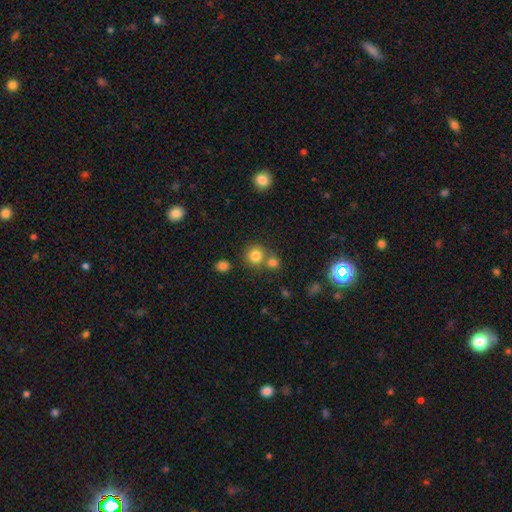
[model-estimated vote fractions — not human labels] Q: Smooth or featured?
A: smooth (81%); runner-up: star or artifact (12%)
Q: How rounded?
A: round (88%); runner-up: in between (11%)
Q: Merging?
A: none (63%); runner-up: merger (26%)